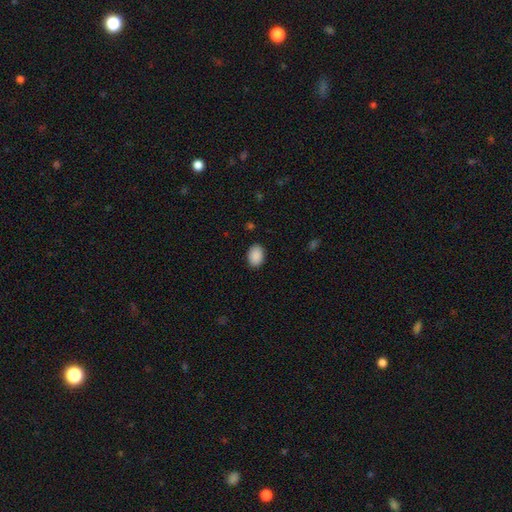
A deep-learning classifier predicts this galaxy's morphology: type=smooth (90%); roundness=in between (79%); merging=none (88%).